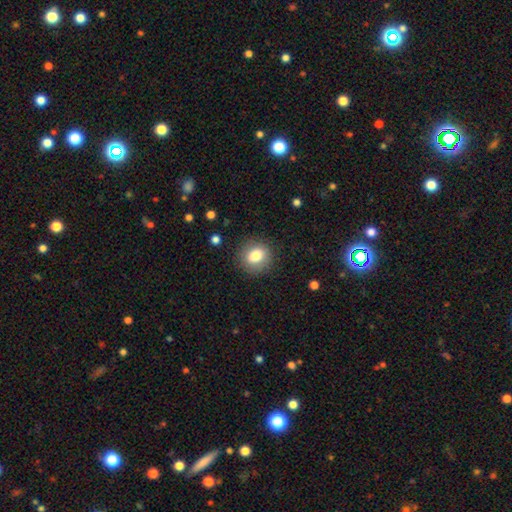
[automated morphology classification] Overall: smooth (81%). How rounded: round (77%). Merging: none (87%).